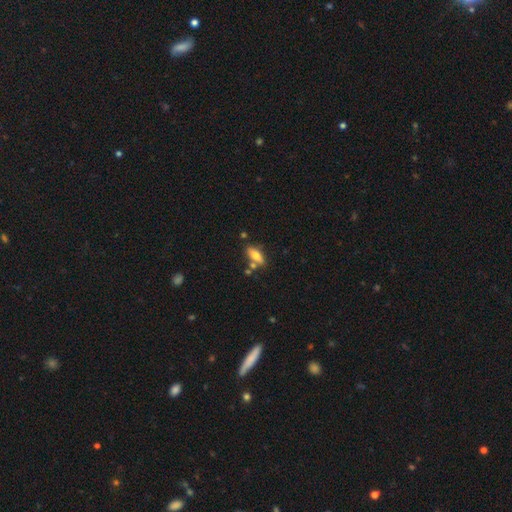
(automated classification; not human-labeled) smooth 72%, featured or disk 20%, star or artifact 8%. Down the decision tree: how rounded — in between (78%); merging — none (65%).